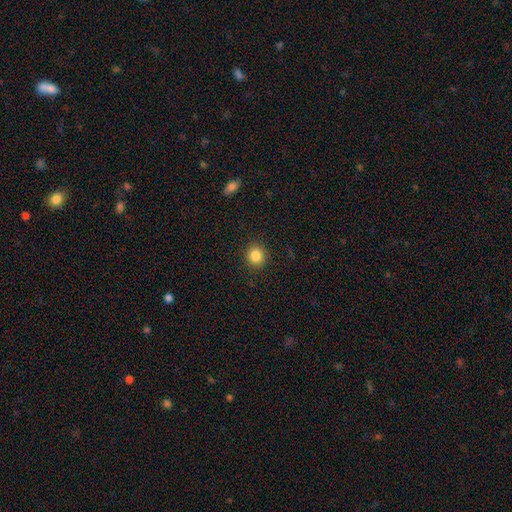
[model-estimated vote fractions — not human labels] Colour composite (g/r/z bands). It shows a smooth galaxy with no disk features (85%) that is round (86%). Merging: none (91%).